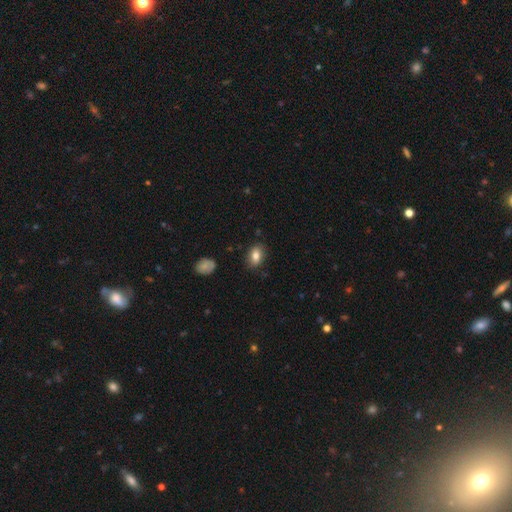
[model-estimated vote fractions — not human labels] This appears to be a smooth galaxy with no disk features (82%) that is in between round and cigar-shaped (84%). Merging: none (85%).